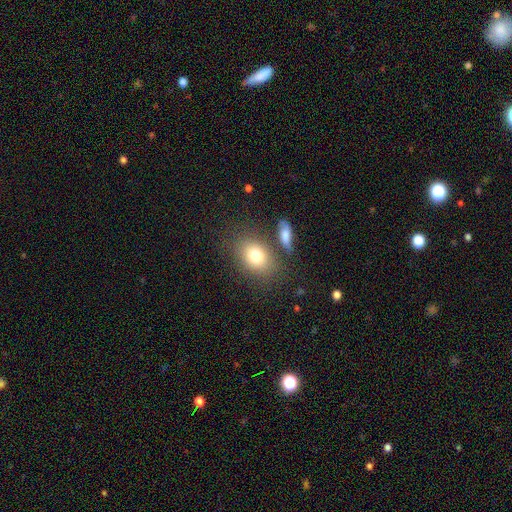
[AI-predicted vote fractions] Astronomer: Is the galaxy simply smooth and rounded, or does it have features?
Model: smooth — 77%.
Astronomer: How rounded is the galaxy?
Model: in between — 64%.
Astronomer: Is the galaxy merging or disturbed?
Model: none — 73%.